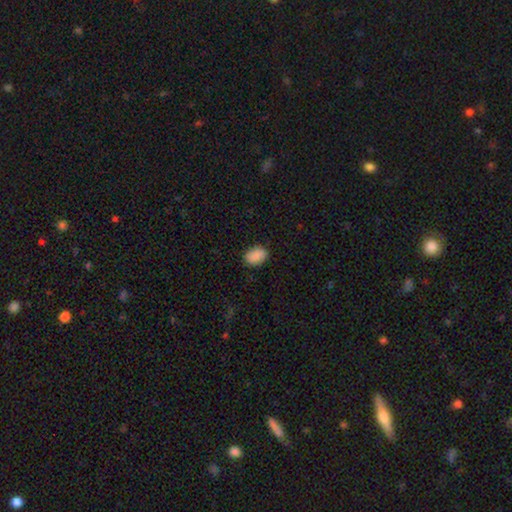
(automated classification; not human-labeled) Q: Smooth or featured?
A: smooth (90%); runner-up: star or artifact (7%)
Q: How rounded?
A: in between (82%); runner-up: round (17%)
Q: Merging?
A: none (86%); runner-up: minor disturbance (11%)